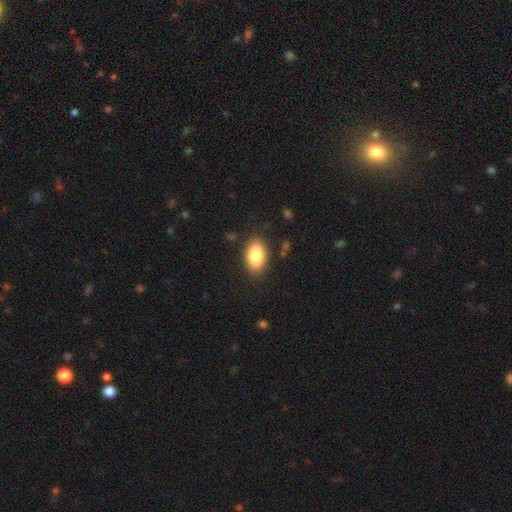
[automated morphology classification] smooth-or-featured: smooth: 85% | featured or disk: 8% | star or artifact: 7%
  how-rounded: in between: 93% | round: 6% | cigar-shaped: 2%
  merging: none: 85% | minor disturbance: 10% | major disturbance: 3% | merger: 1%